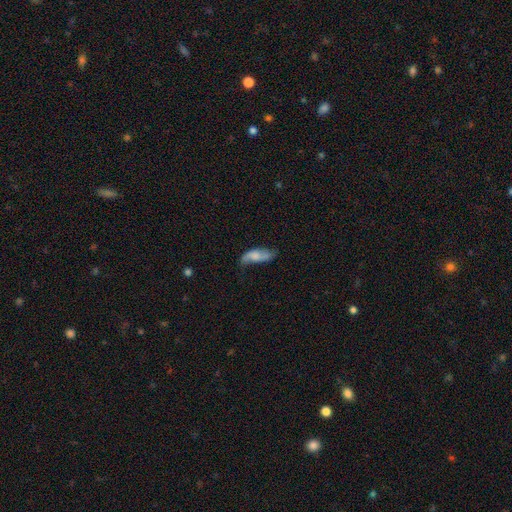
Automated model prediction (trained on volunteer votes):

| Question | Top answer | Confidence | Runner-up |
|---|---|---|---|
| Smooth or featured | smooth | 49% | featured or disk (44%) |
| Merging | none | 53% | minor disturbance (30%) |